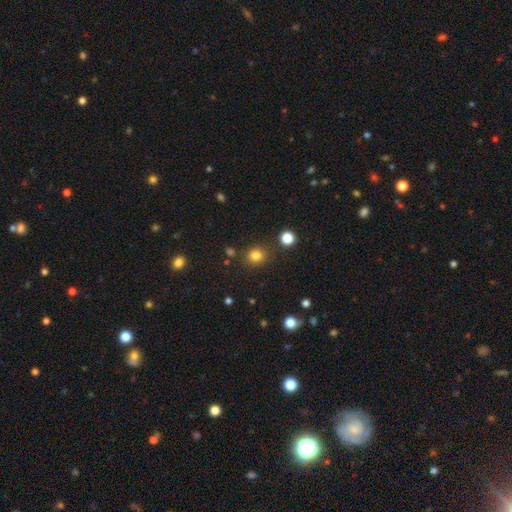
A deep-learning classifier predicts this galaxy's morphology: smooth-or-featured: smooth: 81% | star or artifact: 14% | featured or disk: 5%
  how-rounded: round: 77% | in between: 22% | cigar-shaped: 1%
  merging: none: 82% | minor disturbance: 10% | merger: 5% | major disturbance: 3%